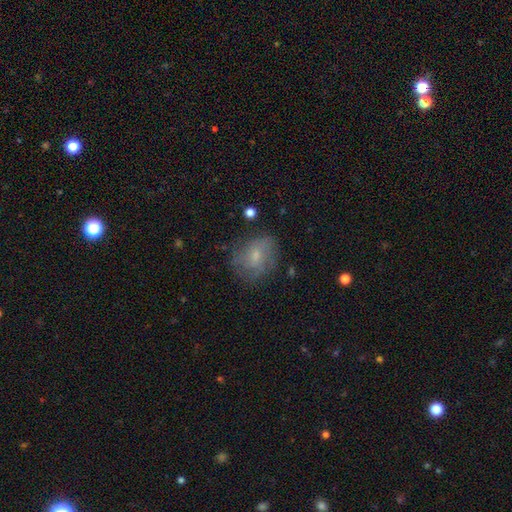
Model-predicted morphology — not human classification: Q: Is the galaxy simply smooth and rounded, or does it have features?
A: smooth — 53%.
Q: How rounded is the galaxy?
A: round — 53%.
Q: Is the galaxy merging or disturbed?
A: none — 64%.